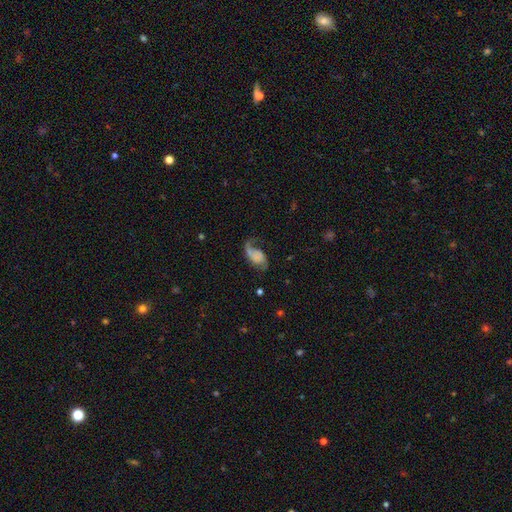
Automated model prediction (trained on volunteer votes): Overall: featured or disk (64%; smooth 27%). Edge-on disk: no (97%). Bar: no (71%). Spiral arms: yes (89%). Spiral arm count: 2 (58%; 1 36%). Spiral winding: loose (62%; medium 28%). Bulge size: none (60%). Merging: none (40%; major disturbance 34%).